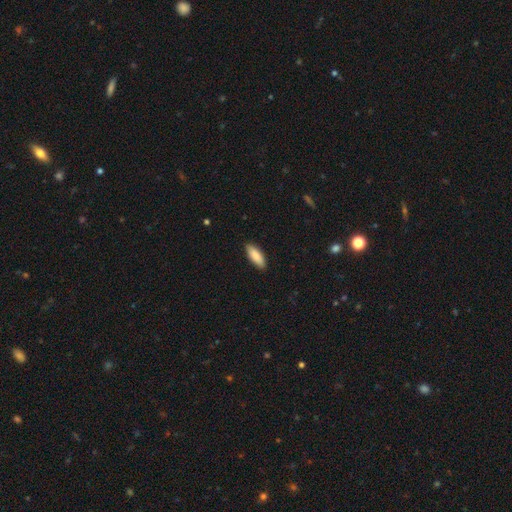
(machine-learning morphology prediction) A smooth galaxy with no disk features (88%) that is in between round and cigar-shaped (71%). Merging: none (89%).